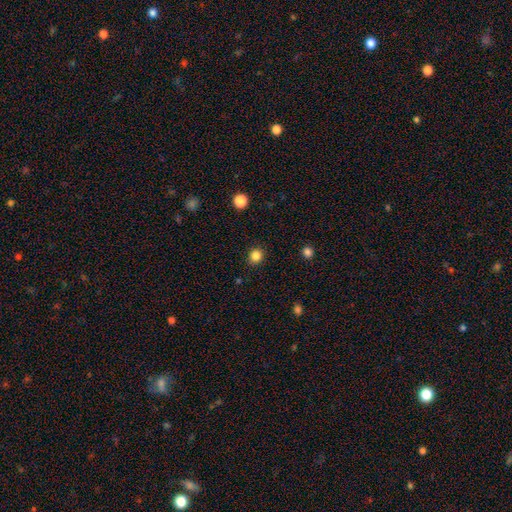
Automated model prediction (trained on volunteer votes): smooth-or-featured: smooth: 84% | star or artifact: 12% | featured or disk: 4%
  how-rounded: round: 88% | in between: 11% | cigar-shaped: 1%
  merging: none: 91% | minor disturbance: 6% | major disturbance: 2% | merger: 1%